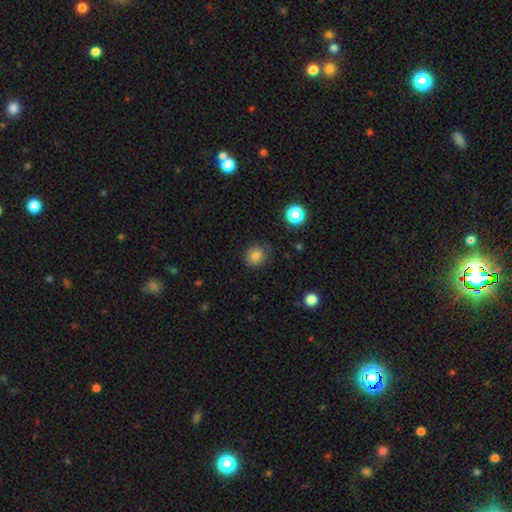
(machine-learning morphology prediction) This is likely a smooth galaxy (78%). How rounded: clearly round (88%). Merging: clearly none (82%).